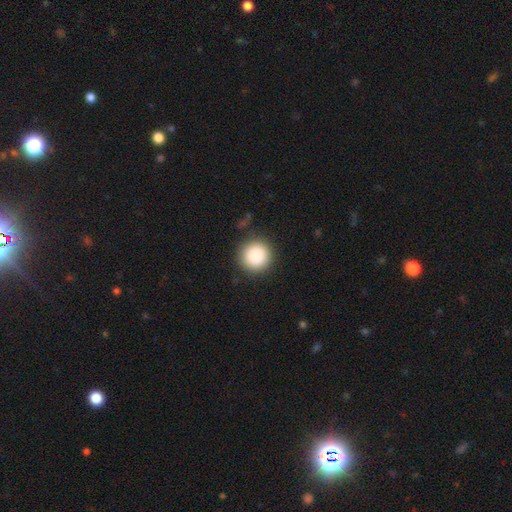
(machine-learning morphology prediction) The model was most divided on "smooth or featured": smooth: 87%, star or artifact: 8%, featured or disk: 5%. More confident: how rounded — round (95%); merging — none (89%).